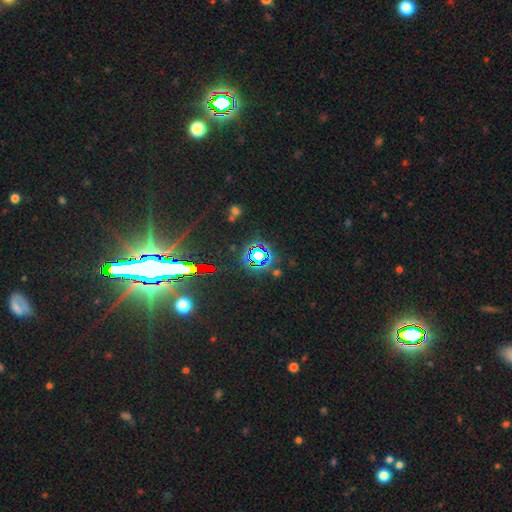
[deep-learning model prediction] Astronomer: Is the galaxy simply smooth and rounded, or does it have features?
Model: star or artifact — 77%.